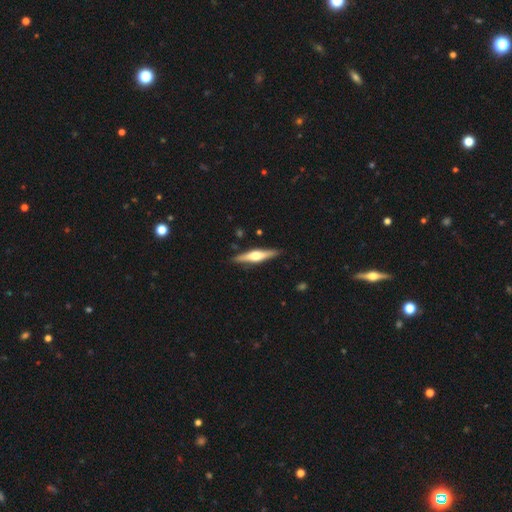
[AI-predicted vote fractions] featured or disk 66%, smooth 29%, star or artifact 5%. Down the decision tree: edge-on disk — yes (97%); edge-on bulge — rounded (90%); merging — none (89%).